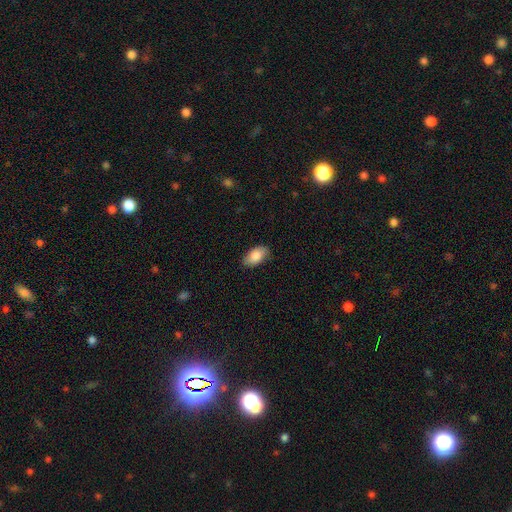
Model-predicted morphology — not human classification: A smooth galaxy with no disk features (85%) that is in between round and cigar-shaped (94%).

Vote fractions:
- Smooth or featured? smooth: 85% / featured or disk: 9% / star or artifact: 6%
- How rounded? in between: 94% / round: 4% / cigar-shaped: 3%
- Merging? none: 84% / minor disturbance: 12% / major disturbance: 3% / merger: 1%